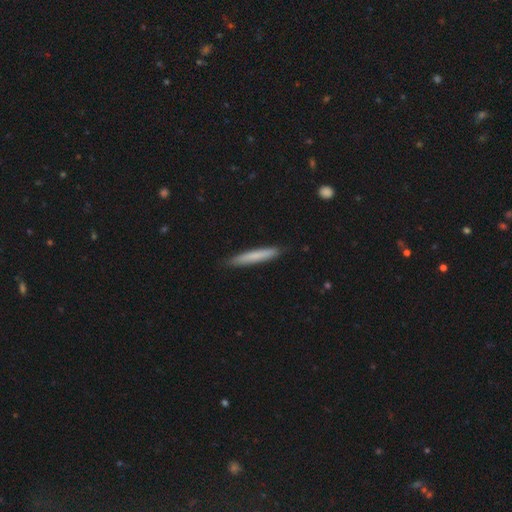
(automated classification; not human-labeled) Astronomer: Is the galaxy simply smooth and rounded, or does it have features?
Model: smooth — 73%.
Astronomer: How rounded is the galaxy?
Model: cigar-shaped — 95%.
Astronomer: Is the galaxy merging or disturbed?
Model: none — 89%.